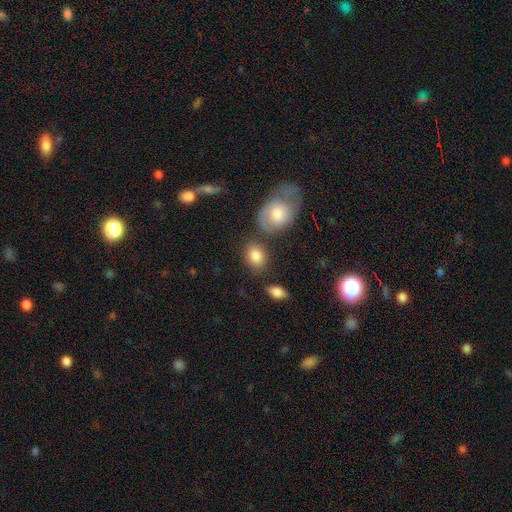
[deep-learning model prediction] Smooth or featured? smooth (83%)
How rounded? in between (61%)
Merging? none (69%)